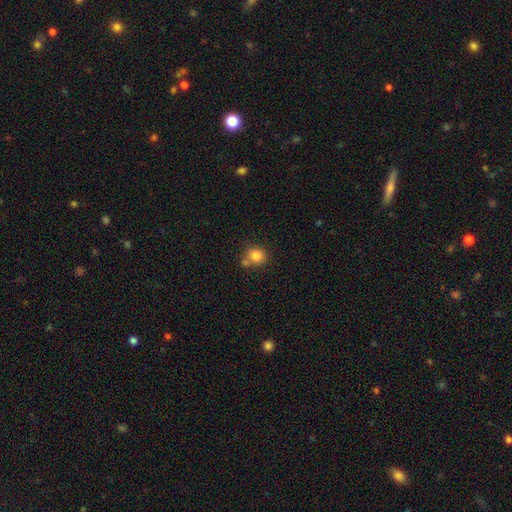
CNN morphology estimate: A smooth galaxy with no disk features (82%) that is round (81%).

Vote fractions:
- Smooth or featured? smooth: 82% / star or artifact: 10% / featured or disk: 8%
- How rounded? round: 81% / in between: 18% / cigar-shaped: 1%
- Merging? none: 58% / merger: 25% / minor disturbance: 13% / major disturbance: 4%